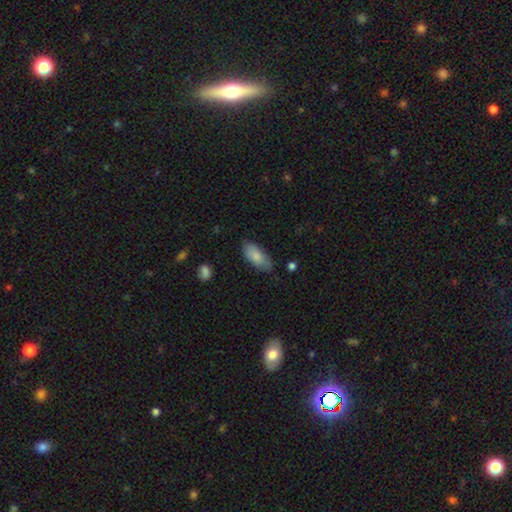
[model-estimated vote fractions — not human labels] Overall: smooth (83%). How rounded: in between (87%). Merging: none (77%).